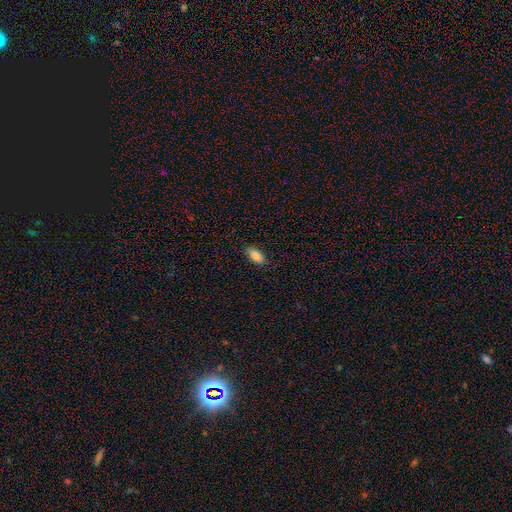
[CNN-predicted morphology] Smooth or featured: smooth — 85% (featured or disk — 8%)
How rounded: in between — 90% (cigar-shaped — 7%)
Merging: none — 86% (minor disturbance — 11%)